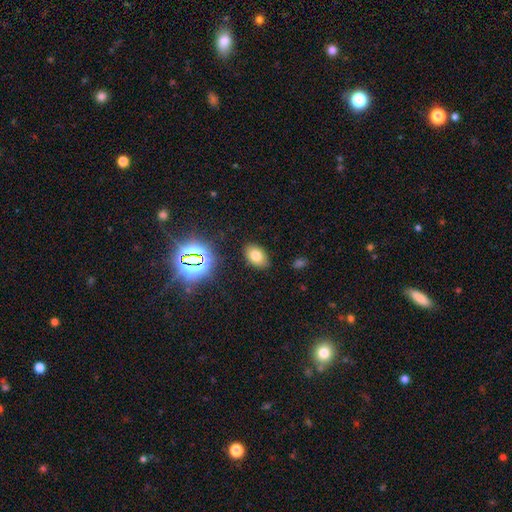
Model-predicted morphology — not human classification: A smooth galaxy with no disk features (73%) that is in between round and cigar-shaped (87%).

Vote fractions:
- Smooth or featured? smooth: 73% / star or artifact: 16% / featured or disk: 11%
- How rounded? in between: 87% / round: 12% / cigar-shaped: 1%
- Merging? none: 85% / minor disturbance: 10% / major disturbance: 3% / merger: 2%